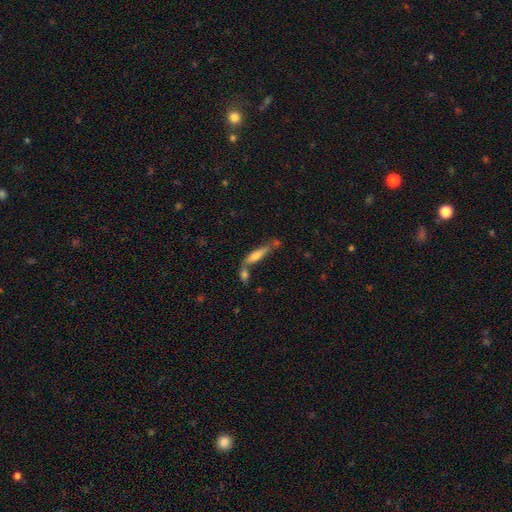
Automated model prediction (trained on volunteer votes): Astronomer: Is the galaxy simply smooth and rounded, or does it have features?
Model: smooth — 60%.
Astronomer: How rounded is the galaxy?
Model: cigar-shaped — 78%.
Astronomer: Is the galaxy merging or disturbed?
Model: none — 48% (runner-up: merger, 30%).